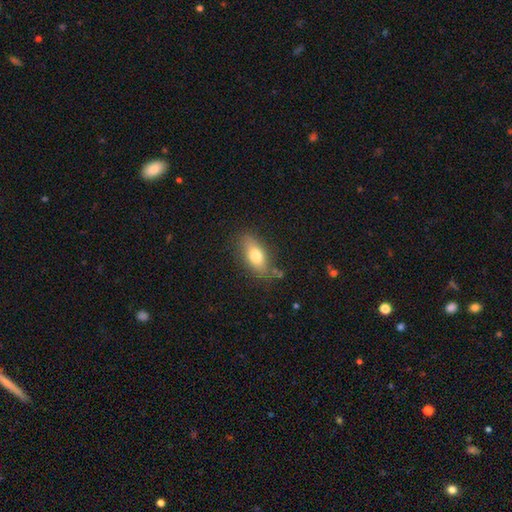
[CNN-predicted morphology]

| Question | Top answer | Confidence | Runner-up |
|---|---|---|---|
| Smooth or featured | smooth | 72% | featured or disk (20%) |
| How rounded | in between | 80% | cigar-shaped (14%) |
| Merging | none | 79% | minor disturbance (15%) |